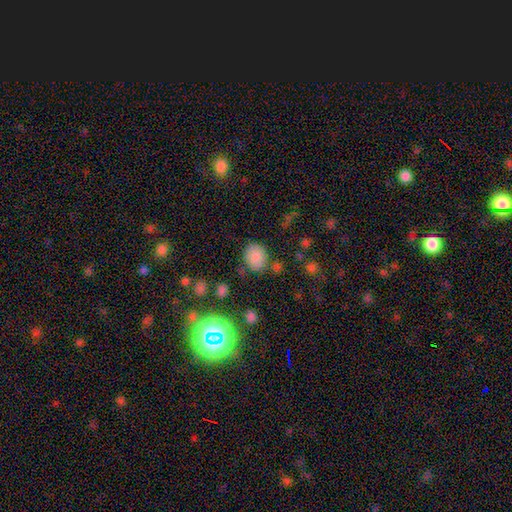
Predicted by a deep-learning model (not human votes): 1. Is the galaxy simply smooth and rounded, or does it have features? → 83% smooth, 11% star or artifact, 6% featured or disk.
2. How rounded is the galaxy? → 59% round, 40% in between, 1% cigar-shaped.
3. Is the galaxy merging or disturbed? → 74% none, 16% minor disturbance, 6% merger, 5% major disturbance.